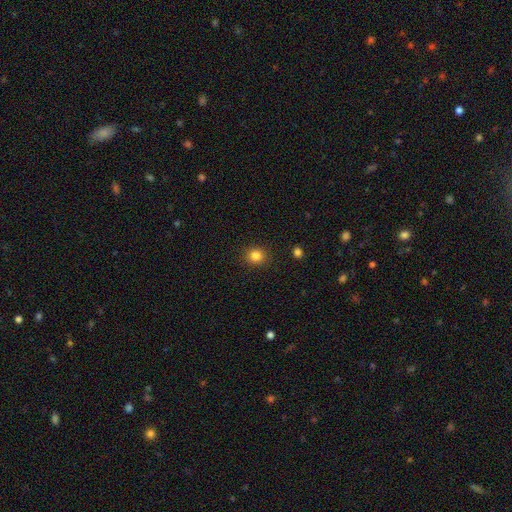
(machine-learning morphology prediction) Q: Smooth or featured?
A: smooth (83%); runner-up: star or artifact (12%)
Q: How rounded?
A: round (86%); runner-up: in between (13%)
Q: Merging?
A: none (91%); runner-up: minor disturbance (6%)